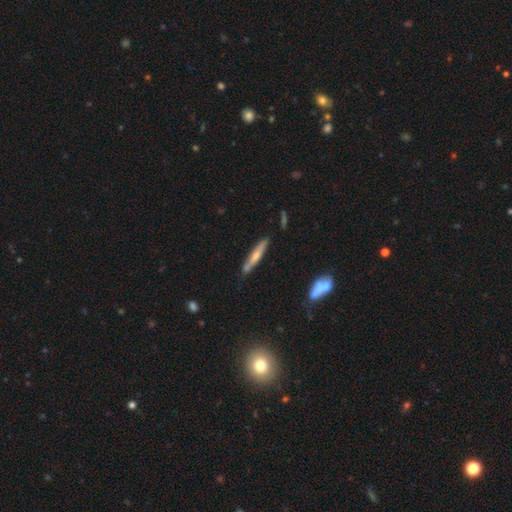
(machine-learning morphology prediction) Smooth or featured? smooth (48%)
Merging? none (77%)